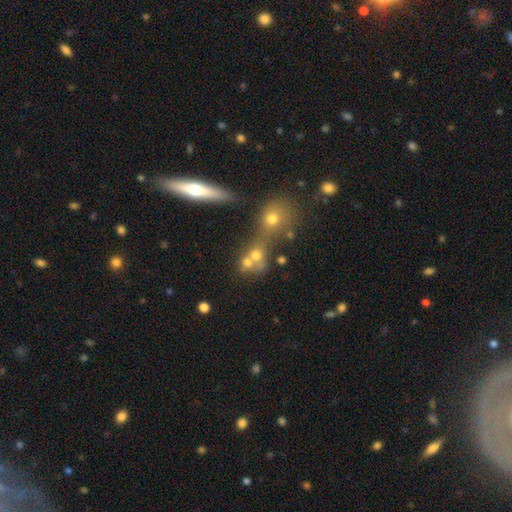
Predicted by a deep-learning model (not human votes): Q: Smooth or featured?
A: smooth (64%); runner-up: featured or disk (19%)
Q: How rounded?
A: round (71%); runner-up: in between (26%)
Q: Merging?
A: merger (58%); runner-up: none (28%)